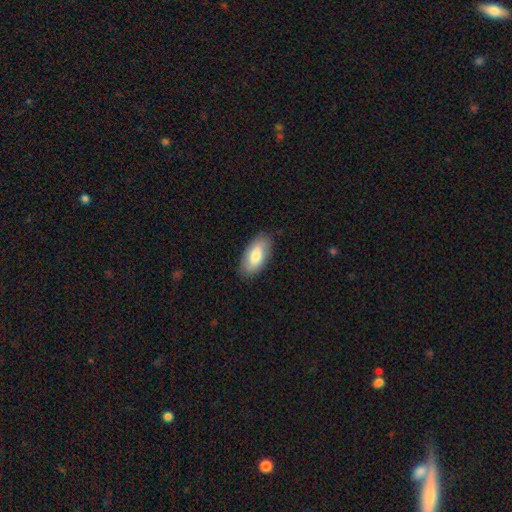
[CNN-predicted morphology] Smooth or featured?
  - smooth: 75% *
  - featured or disk: 19%
  - star or artifact: 6%
How rounded?
  - in between: 93% *
  - cigar-shaped: 5%
  - round: 2%
Merging?
  - none: 83% *
  - minor disturbance: 13%
  - major disturbance: 3%
  - merger: 1%